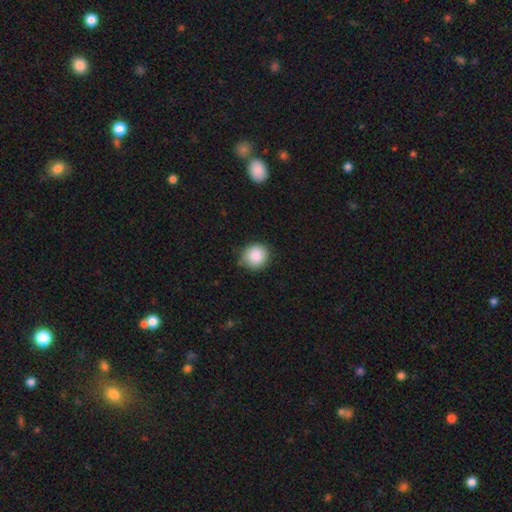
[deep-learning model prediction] Q: Smooth or featured?
A: smooth (87%); runner-up: star or artifact (8%)
Q: How rounded?
A: round (88%); runner-up: in between (11%)
Q: Merging?
A: none (81%); runner-up: minor disturbance (15%)